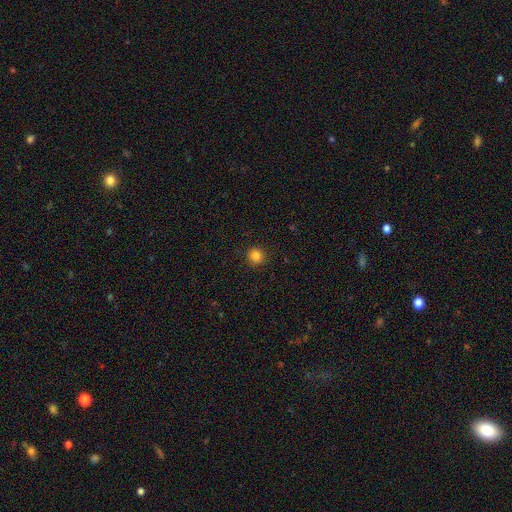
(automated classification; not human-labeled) A smooth galaxy with no disk features (83%) that is round (95%). Merging: none (92%).